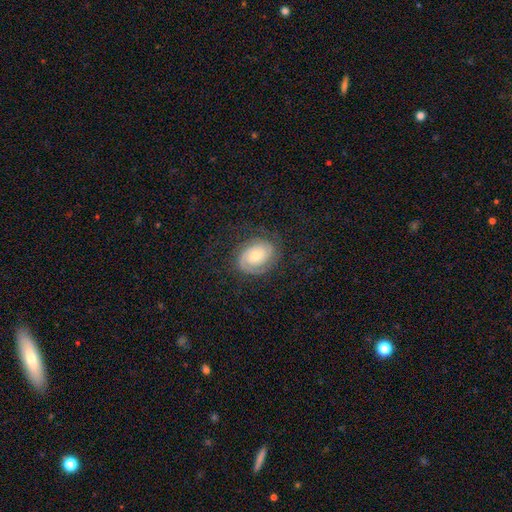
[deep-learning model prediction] Smooth or featured: featured or disk — 75% (smooth — 17%)
Edge-on disk: no — 97% (yes — 3%)
Bar: no — 72% (weak — 23%)
Spiral arms: yes — 94% (no — 6%)
Spiral winding: tight — 66% (medium — 26%)
Spiral arm count: 2 — 63% (can't tell — 15%)
Bulge size: moderate — 52% (small — 39%)
Merging: none — 74% (minor disturbance — 15%)